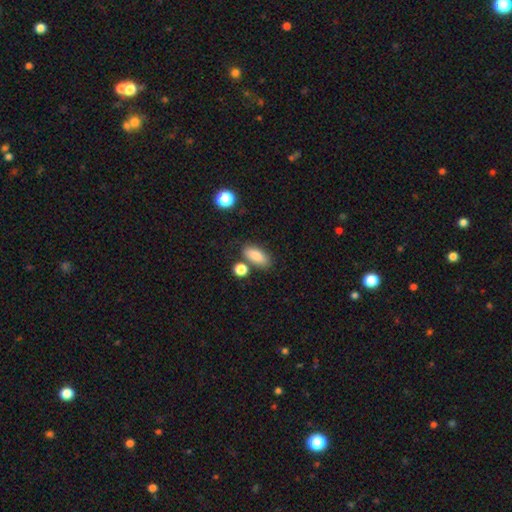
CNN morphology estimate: type=smooth (85%); roundness=in between (82%); merging=none (71%).